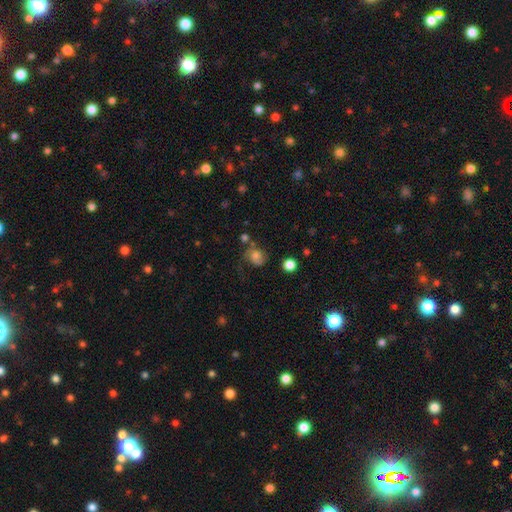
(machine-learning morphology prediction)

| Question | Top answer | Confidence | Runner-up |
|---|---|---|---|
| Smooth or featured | smooth | 63% | featured or disk (24%) |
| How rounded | round | 64% | in between (35%) |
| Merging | none | 47% | minor disturbance (26%) |